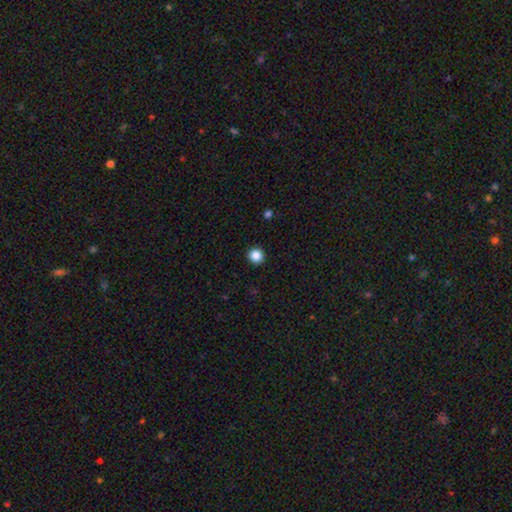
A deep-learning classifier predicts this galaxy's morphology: Smooth or featured: smooth — 86% (star or artifact — 11%)
How rounded: round — 94% (in between — 5%)
Merging: none — 93% (minor disturbance — 4%)